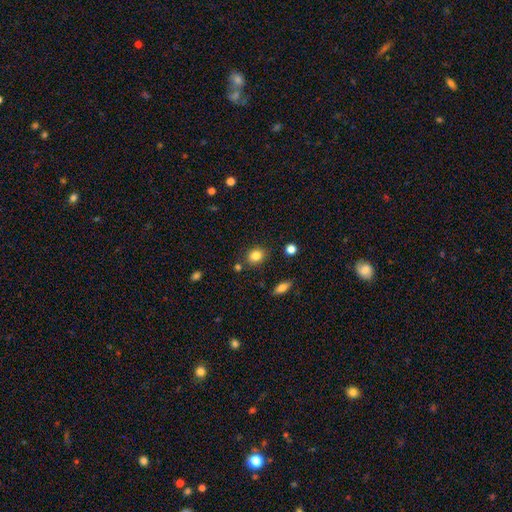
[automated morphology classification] Q: Smooth or featured?
A: smooth (83%); runner-up: star or artifact (10%)
Q: How rounded?
A: round (52%); runner-up: in between (47%)
Q: Merging?
A: none (80%); runner-up: minor disturbance (12%)